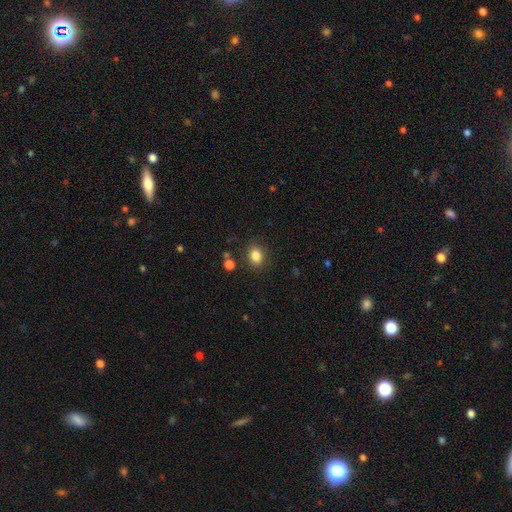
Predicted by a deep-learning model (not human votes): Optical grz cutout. It shows a smooth galaxy with no disk features (84%) that is in between round and cigar-shaped (52%). Merging: none (85%).